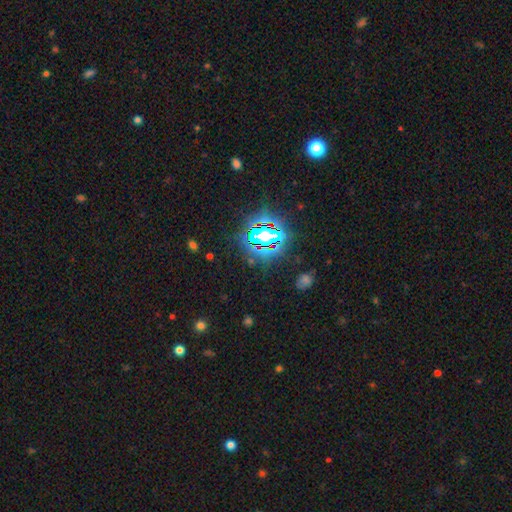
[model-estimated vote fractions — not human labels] Smooth or featured? star or artifact (81%)